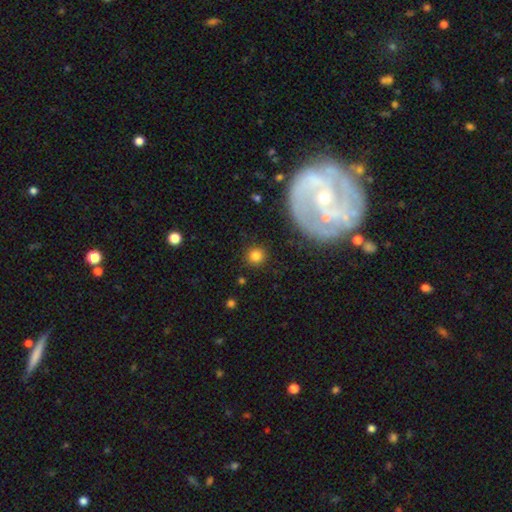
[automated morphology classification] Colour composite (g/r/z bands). It shows a smooth galaxy with no disk features (81%) that is round (93%). Merging: none (89%).